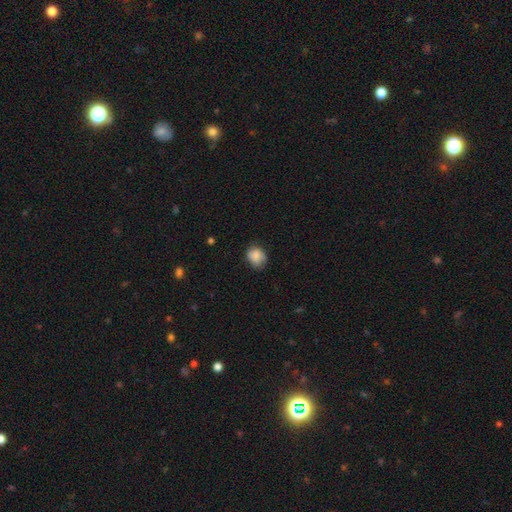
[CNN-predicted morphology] The model was most divided on "how rounded": round: 50%, in between: 49%, cigar-shaped: 1%. More confident: smooth or featured — smooth (78%); merging — none (65%).